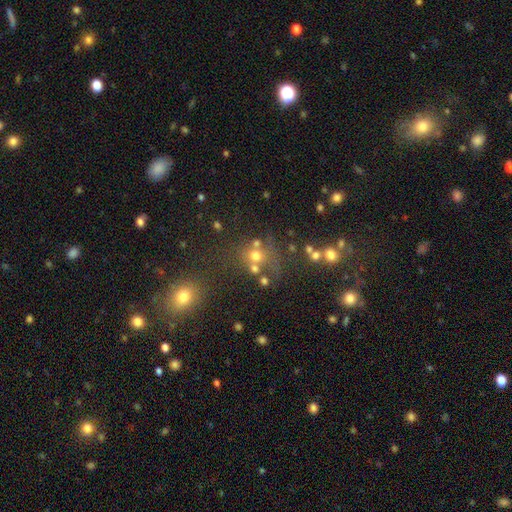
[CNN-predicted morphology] type=smooth (61%); roundness=round (80%); merging=none (54%).